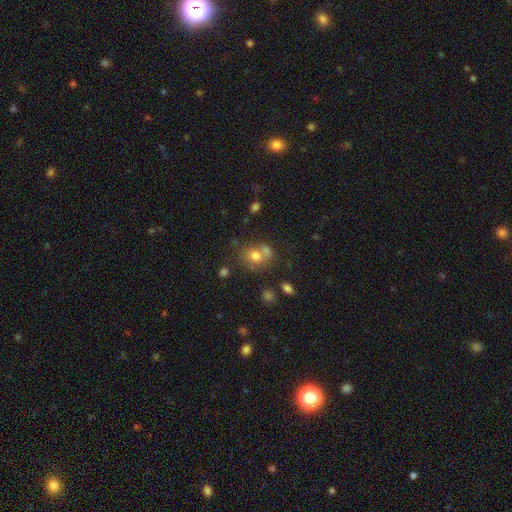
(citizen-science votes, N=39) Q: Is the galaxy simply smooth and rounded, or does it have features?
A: smooth — 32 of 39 (82%).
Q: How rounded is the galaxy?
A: round — 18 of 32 (56%).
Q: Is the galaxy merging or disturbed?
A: none — 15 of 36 (42%).